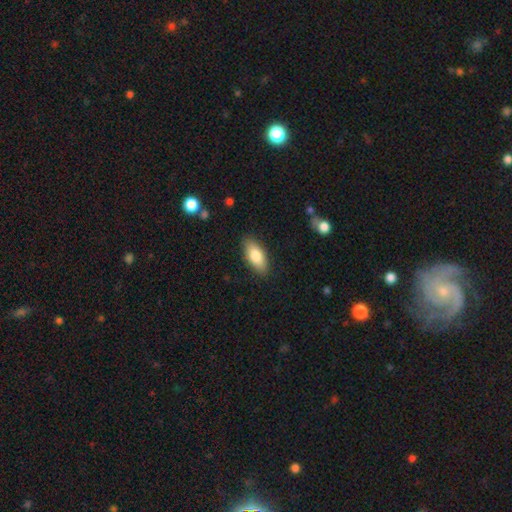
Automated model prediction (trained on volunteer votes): Q: Smooth or featured?
A: smooth (82%); runner-up: featured or disk (12%)
Q: How rounded?
A: in between (85%); runner-up: cigar-shaped (12%)
Q: Merging?
A: none (86%); runner-up: minor disturbance (10%)